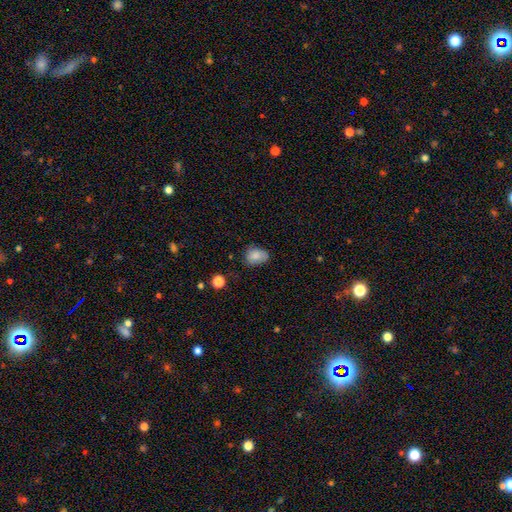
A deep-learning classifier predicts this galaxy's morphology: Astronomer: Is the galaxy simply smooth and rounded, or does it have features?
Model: smooth — 82%.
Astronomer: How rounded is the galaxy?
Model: in between — 72%.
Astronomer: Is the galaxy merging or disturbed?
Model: none — 61%.